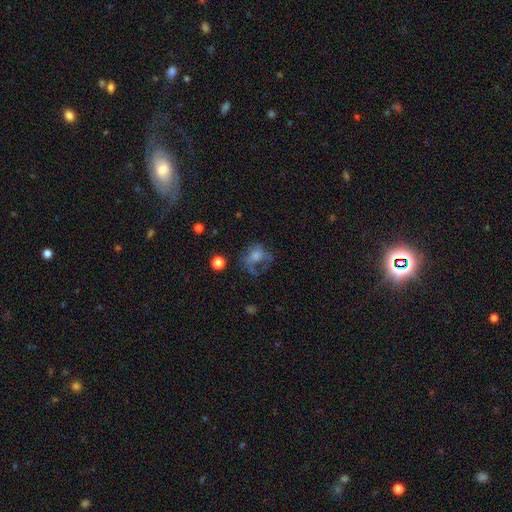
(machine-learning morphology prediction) This appears to be a featured or disk galaxy (45%). Merging: major disturbance (38%, tied with none).